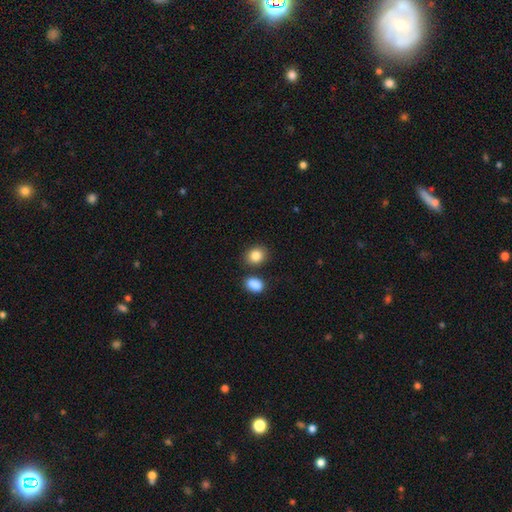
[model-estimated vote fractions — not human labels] Smooth or featured? Predicted: smooth (p=0.86). How rounded? Predicted: round (p=0.58). Merging? Predicted: none (p=0.78).